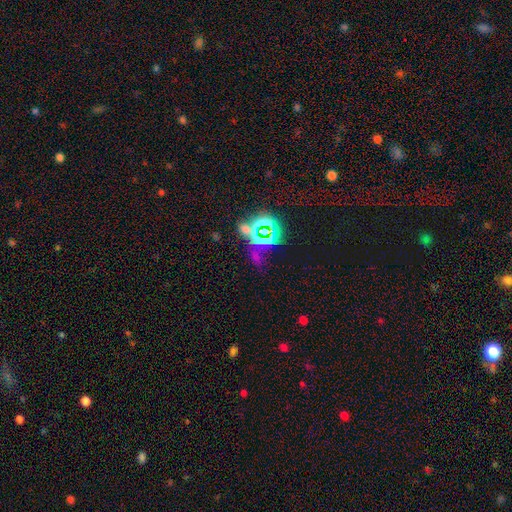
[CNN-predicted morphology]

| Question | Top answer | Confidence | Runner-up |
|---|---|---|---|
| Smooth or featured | star or artifact | 73% | smooth (18%) |